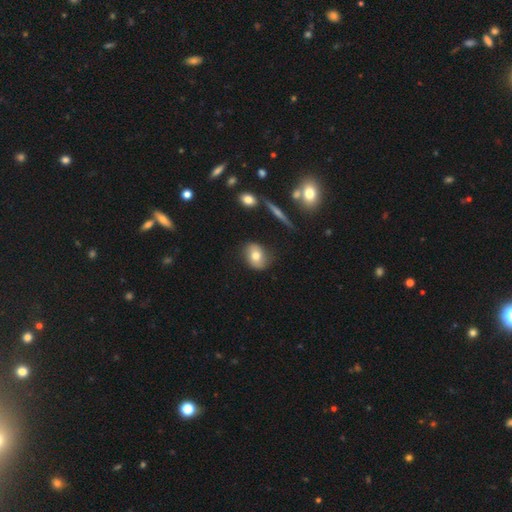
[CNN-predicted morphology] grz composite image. It shows a smooth galaxy with no disk features (71%) that is in between round and cigar-shaped (63%). Merging: none (78%).